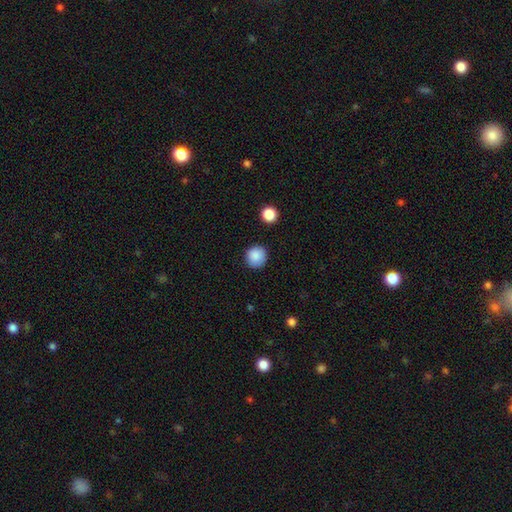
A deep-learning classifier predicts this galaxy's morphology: Smooth or featured? Predicted: smooth (p=0.87). How rounded? Predicted: round (p=0.94). Merging? Predicted: none (p=0.87).